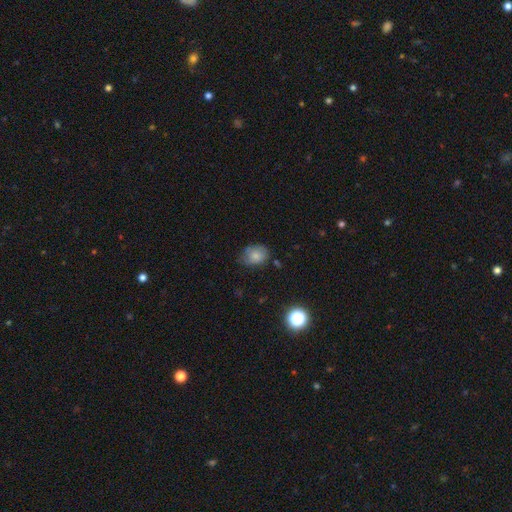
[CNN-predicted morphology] This is likely a smooth galaxy (75%). How rounded: likely in between (62%). Merging: likely none (63%).